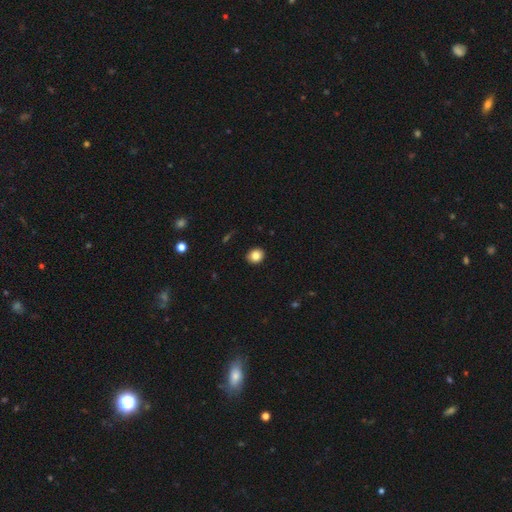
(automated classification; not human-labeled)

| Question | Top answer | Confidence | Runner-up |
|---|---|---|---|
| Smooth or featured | smooth | 84% | star or artifact (10%) |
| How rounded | round | 68% | in between (31%) |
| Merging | none | 90% | minor disturbance (7%) |